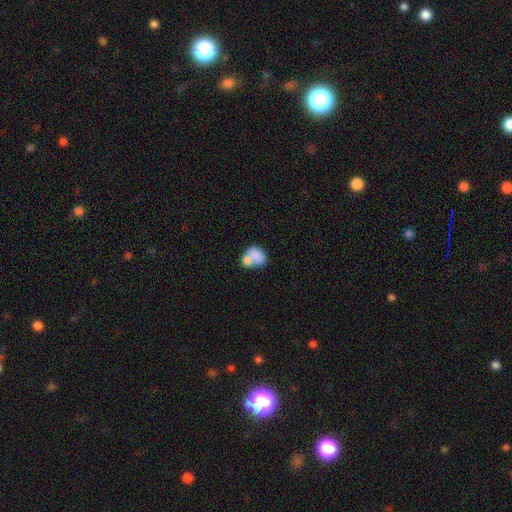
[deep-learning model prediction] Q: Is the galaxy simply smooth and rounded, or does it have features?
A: smooth — 76%.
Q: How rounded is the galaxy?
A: in between — 65%.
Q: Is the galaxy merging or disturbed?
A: merger — 57%.